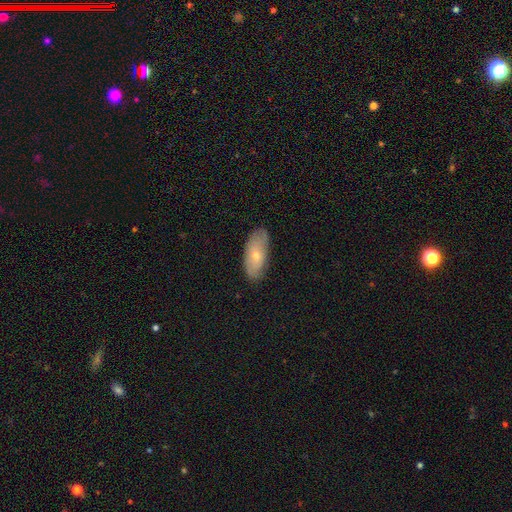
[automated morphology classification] A smooth galaxy with no disk features (56%) that is in between round and cigar-shaped (88%). Merging: none (79%).